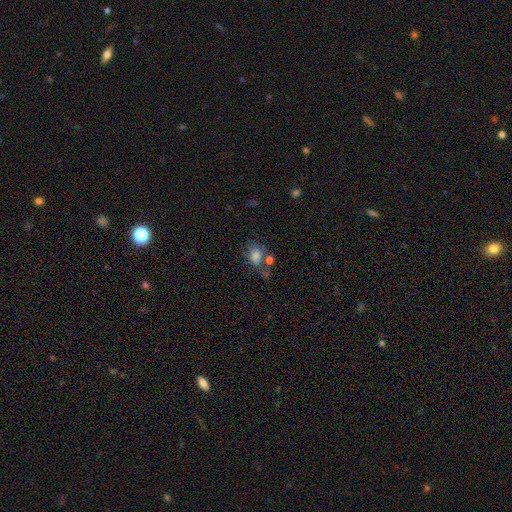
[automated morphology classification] This appears to be a smooth galaxy with no disk features (75%) that is in between round and cigar-shaped (70%). Merging: none (43%).